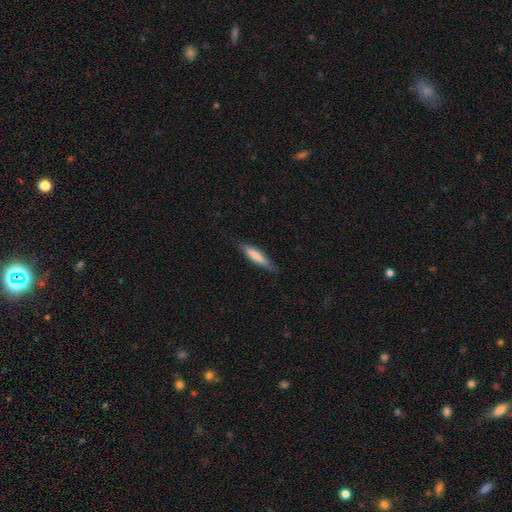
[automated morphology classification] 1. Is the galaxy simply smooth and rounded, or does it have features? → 74% smooth, 20% featured or disk, 6% star or artifact.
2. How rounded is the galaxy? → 85% cigar-shaped, 14% in between, 1% round.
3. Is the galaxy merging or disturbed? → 84% none, 12% minor disturbance, 2% major disturbance, 1% merger.